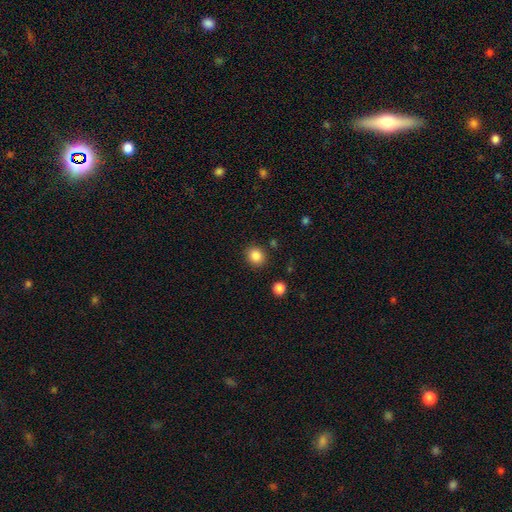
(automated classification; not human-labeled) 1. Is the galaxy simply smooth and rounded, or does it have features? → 86% smooth, 10% star or artifact, 4% featured or disk.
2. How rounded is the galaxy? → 77% round, 22% in between, 1% cigar-shaped.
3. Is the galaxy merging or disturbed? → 88% none, 7% minor disturbance, 2% major disturbance, 2% merger.